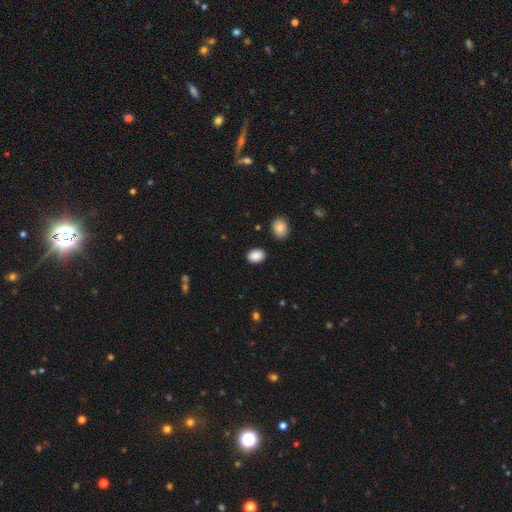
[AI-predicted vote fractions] Smooth or featured: smooth — 89% (star or artifact — 8%)
How rounded: in between — 73% (round — 26%)
Merging: none — 86% (minor disturbance — 8%)